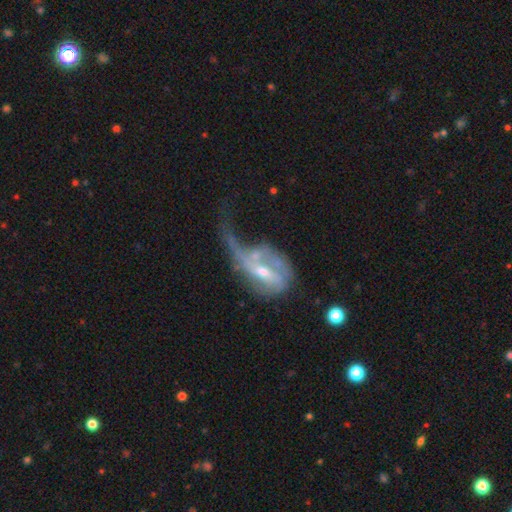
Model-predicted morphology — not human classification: This appears to be a featured or disk galaxy (73%) with a weak bar (42%), spiral arms (70%) and a moderate central bulge (50%). Merging: major disturbance (56%).